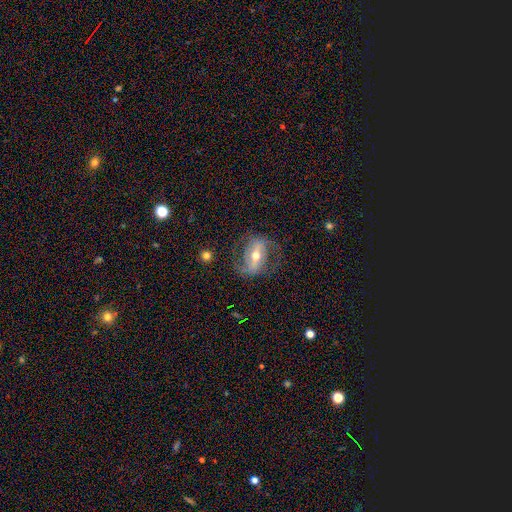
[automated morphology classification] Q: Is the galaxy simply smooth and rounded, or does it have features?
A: featured or disk — 81%.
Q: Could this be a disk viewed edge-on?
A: no — 94%.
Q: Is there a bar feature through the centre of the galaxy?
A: strong — 56%.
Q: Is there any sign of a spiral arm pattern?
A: yes — 89%.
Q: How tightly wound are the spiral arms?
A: medium — 44%.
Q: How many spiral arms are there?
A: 2 — 86%.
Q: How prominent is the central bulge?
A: moderate — 66%.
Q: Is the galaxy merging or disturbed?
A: none — 69%.